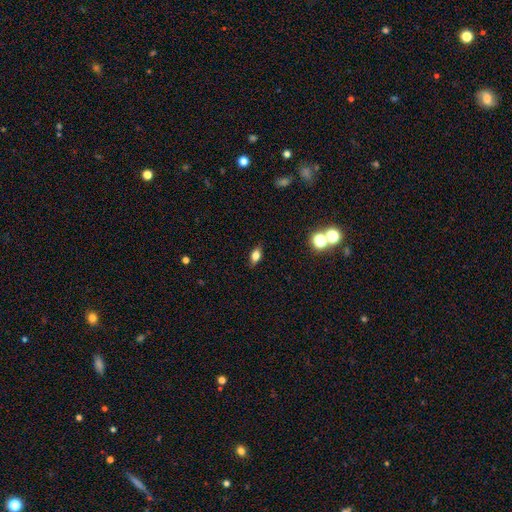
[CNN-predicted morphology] Q: Smooth or featured?
A: smooth (69%); runner-up: featured or disk (18%)
Q: How rounded?
A: in between (78%); runner-up: round (12%)
Q: Merging?
A: none (86%); runner-up: minor disturbance (10%)